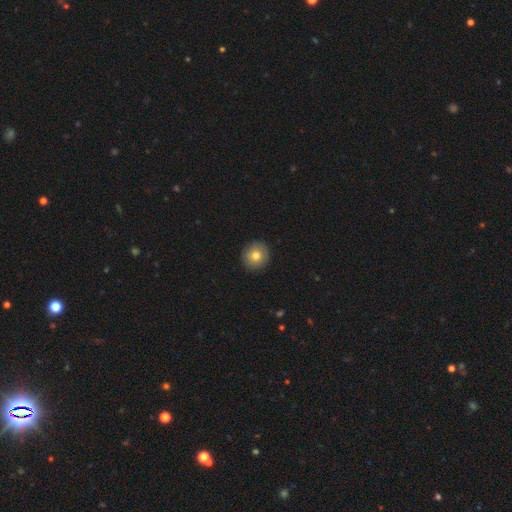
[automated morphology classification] type=smooth (80%); roundness=round (92%); merging=none (91%).